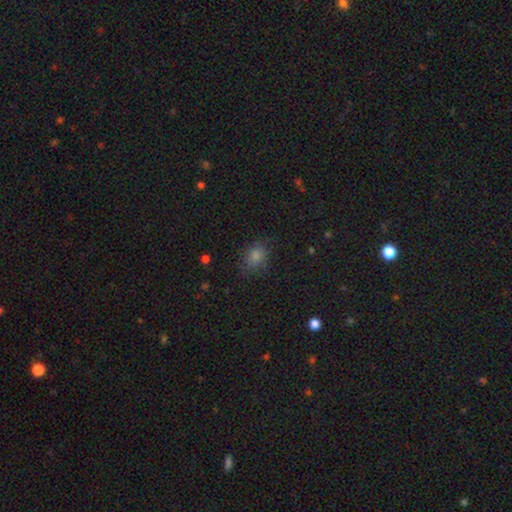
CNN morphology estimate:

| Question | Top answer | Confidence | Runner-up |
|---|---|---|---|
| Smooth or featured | smooth | 73% | star or artifact (19%) |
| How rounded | in between | 50% | round (48%) |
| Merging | none | 78% | minor disturbance (16%) |